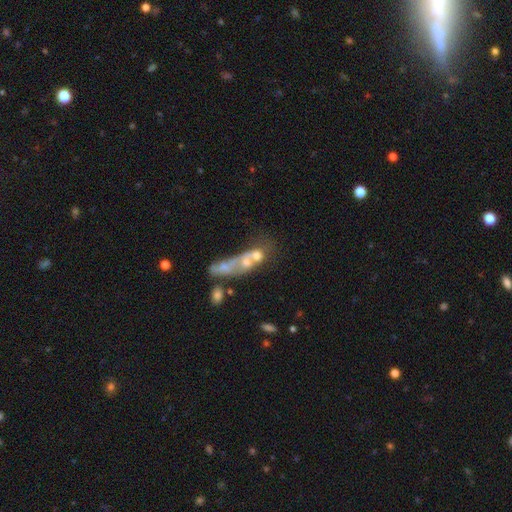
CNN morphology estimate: Smooth or featured? Predicted: smooth (p=0.39). Merging? Predicted: merger (p=0.48).